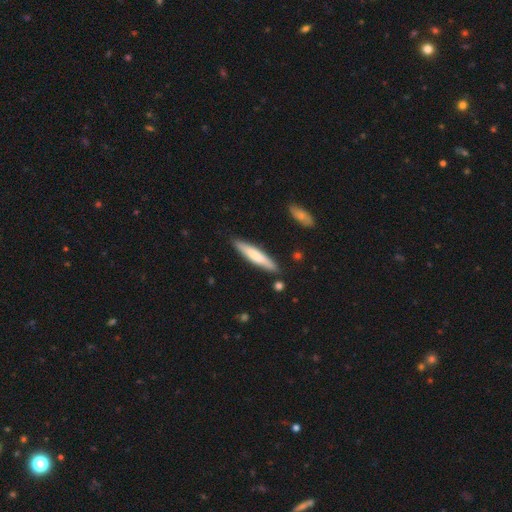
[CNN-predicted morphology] This is likely a smooth galaxy (67%). How rounded: clearly cigar-shaped (89%). Merging: clearly none (87%).